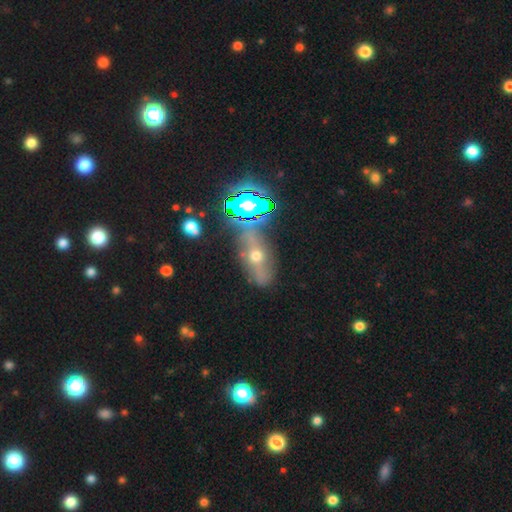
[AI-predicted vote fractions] This is marginally a featured or disk galaxy (45%). Merging: likely none (66%).